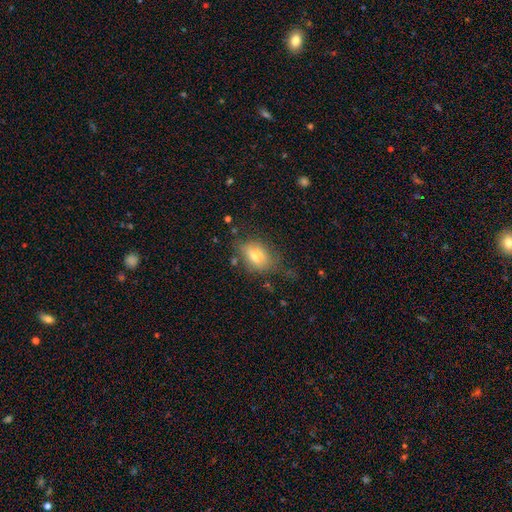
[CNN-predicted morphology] smooth-or-featured: smooth: 67% | featured or disk: 23% | star or artifact: 10%
  how-rounded: in between: 80% | round: 16% | cigar-shaped: 4%
  merging: none: 63% | minor disturbance: 25% | major disturbance: 9% | merger: 3%